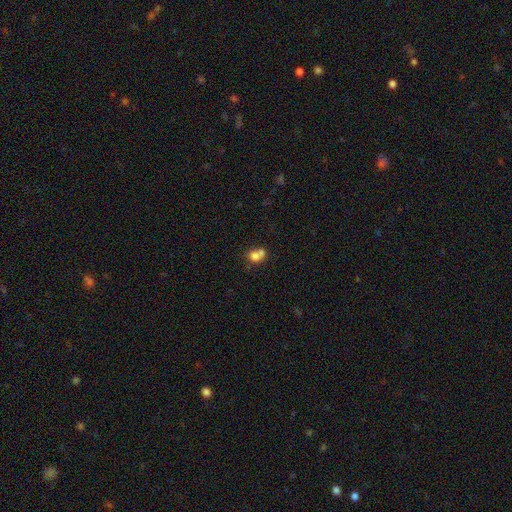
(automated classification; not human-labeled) The model was most divided on "merging": merger: 55%, none: 30%, minor disturbance: 10%, major disturbance: 5%. More confident: smooth or featured — smooth (73%); how rounded — round (66%).